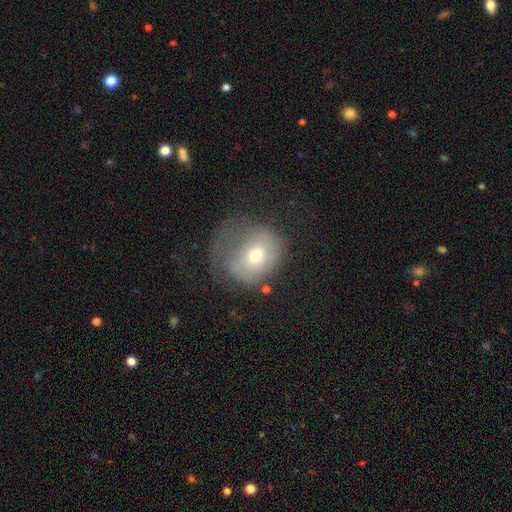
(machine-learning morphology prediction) Overall: smooth (57%; featured or disk 33%). How rounded: round (71%). Merging: major disturbance (46%; minor disturbance 25%).